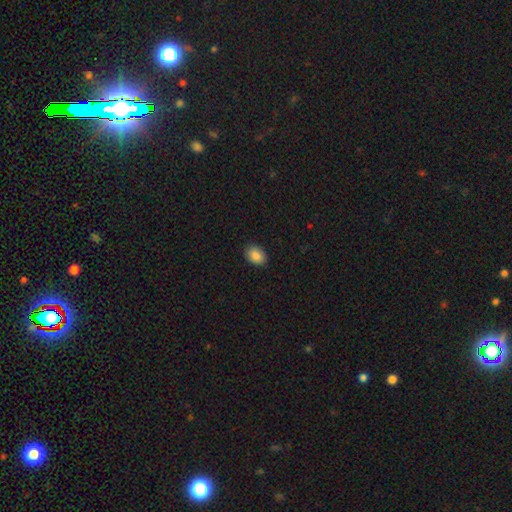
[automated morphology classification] Smooth or featured? smooth (88%)
How rounded? in between (77%)
Merging? none (89%)